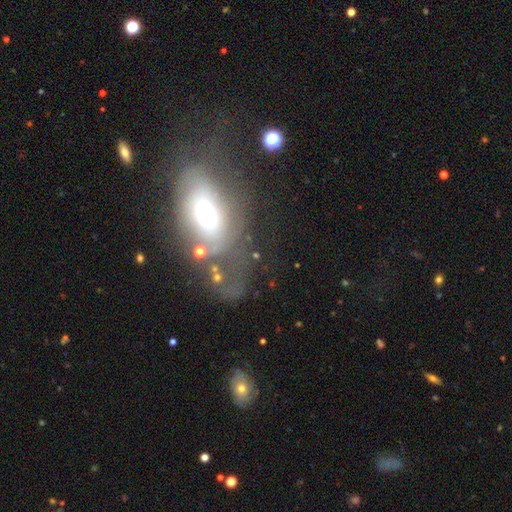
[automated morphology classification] Smooth or featured? featured or disk (41%)
Merging? major disturbance (39%)